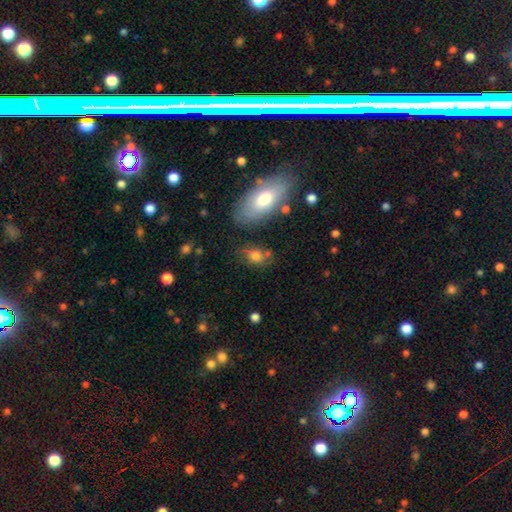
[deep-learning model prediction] Smooth or featured: smooth — 70% (featured or disk — 18%)
How rounded: in between — 71% (round — 26%)
Merging: none — 59% (minor disturbance — 22%)